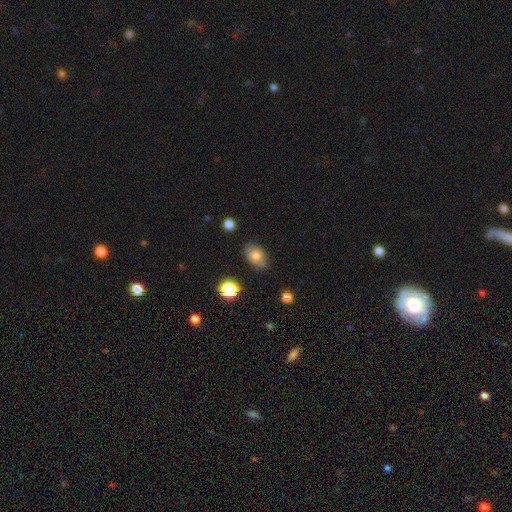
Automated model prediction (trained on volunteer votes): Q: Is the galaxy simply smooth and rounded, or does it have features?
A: smooth — 79%.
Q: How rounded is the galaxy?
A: in between — 82%.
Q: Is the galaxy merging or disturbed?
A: none — 79%.